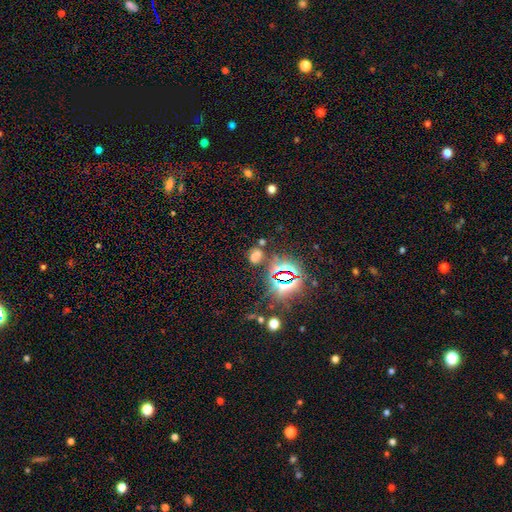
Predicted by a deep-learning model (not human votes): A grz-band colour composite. It shows a star or artifact, not a galaxy (45%).